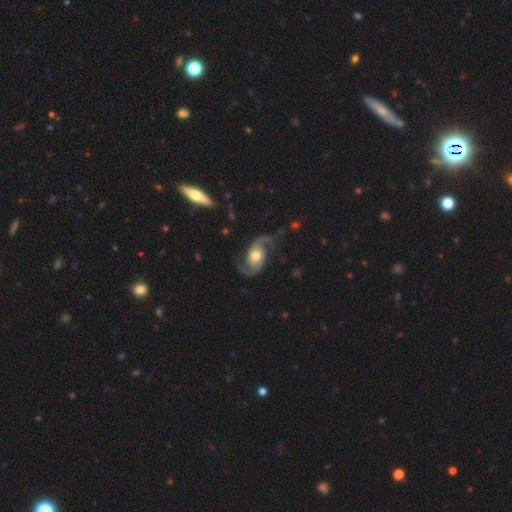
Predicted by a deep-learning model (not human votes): smooth-or-featured: featured or disk: 90% | smooth: 5% | star or artifact: 4%
  disk-edge-on: no: 97% | yes: 3%
    bar: no: 67% | weak: 25% | strong: 8%
    has-spiral-arms: yes: 97% | no: 3%
      spiral-winding: loose: 49% | medium: 40% | tight: 11%
      spiral-arm-count: 2: 94% | 1: 2% | can't tell: 2% | 3: 1% | 4: 1% | more than 4: 1%
    bulge-size: moderate: 68% | small: 18% | large: 12% | dominant: 2% | none: 1%
  merging: none: 75% | minor disturbance: 15% | major disturbance: 9% | merger: 2%